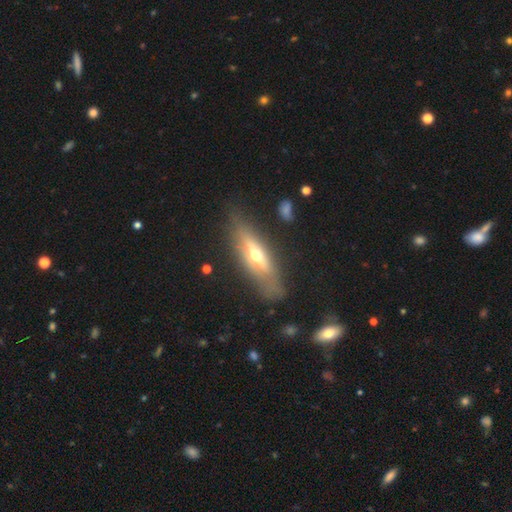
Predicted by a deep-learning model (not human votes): A featured or disk galaxy (64%) viewed edge-on (79%) with a rounded central bulge (90%). Merging: none (72%).